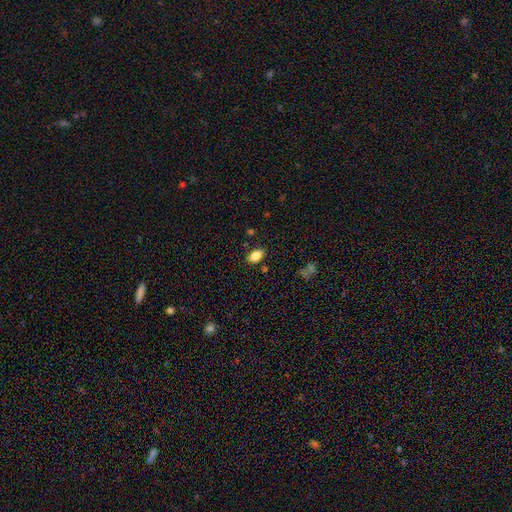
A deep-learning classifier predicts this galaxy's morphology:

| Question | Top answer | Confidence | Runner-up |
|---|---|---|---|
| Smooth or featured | smooth | 83% | star or artifact (9%) |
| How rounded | in between | 88% | round (10%) |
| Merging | none | 84% | minor disturbance (11%) |